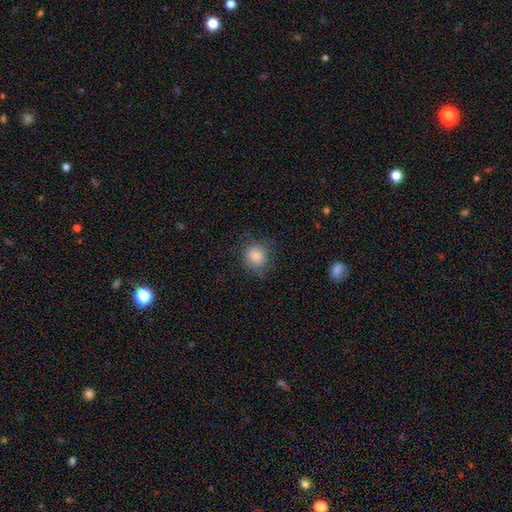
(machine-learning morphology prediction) Smooth or featured? Predicted: smooth (p=0.82). How rounded? Predicted: round (p=0.85). Merging? Predicted: none (p=0.73).